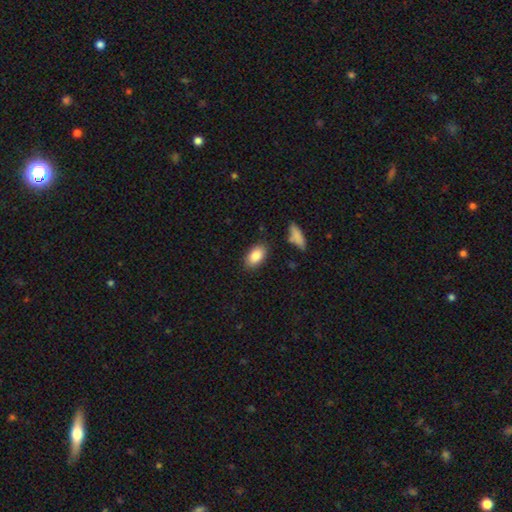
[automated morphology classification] Smooth or featured? Predicted: smooth (p=0.85). How rounded? Predicted: in between (p=0.91). Merging? Predicted: none (p=0.85).